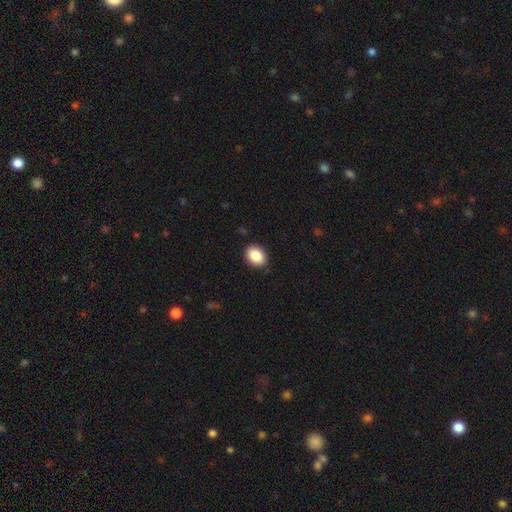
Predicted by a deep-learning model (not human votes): smooth-or-featured: smooth: 88% | star or artifact: 8% | featured or disk: 5%
  how-rounded: in between: 66% | round: 33% | cigar-shaped: 1%
  merging: none: 88% | minor disturbance: 9% | major disturbance: 2% | merger: 1%